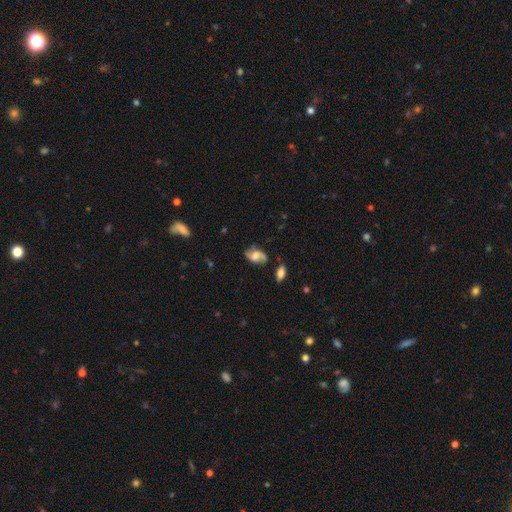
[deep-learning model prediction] smooth-or-featured: featured or disk: 62% | smooth: 29% | star or artifact: 9%
  disk-edge-on: no: 96% | yes: 4%
    bar: no: 50% | weak: 40% | strong: 10%
    has-spiral-arms: yes: 89% | no: 11%
      spiral-winding: loose: 50% | medium: 36% | tight: 13%
      spiral-arm-count: 2: 88% | can't tell: 6% | 1: 3% | 3: 1% | 4: 1% | more than 4: 1%
    bulge-size: moderate: 39% | large: 23% | small: 19% | none: 15% | dominant: 3%
  merging: none: 67% | minor disturbance: 21% | major disturbance: 7% | merger: 4%